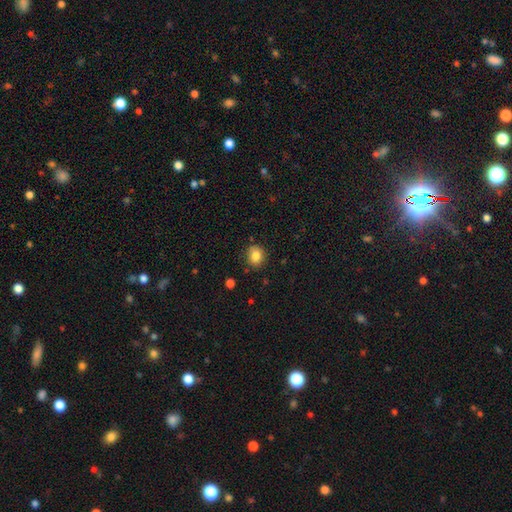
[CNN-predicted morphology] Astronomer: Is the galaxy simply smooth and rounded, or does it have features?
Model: smooth — 82%.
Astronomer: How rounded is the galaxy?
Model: round — 71%.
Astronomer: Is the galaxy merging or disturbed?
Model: none — 82%.